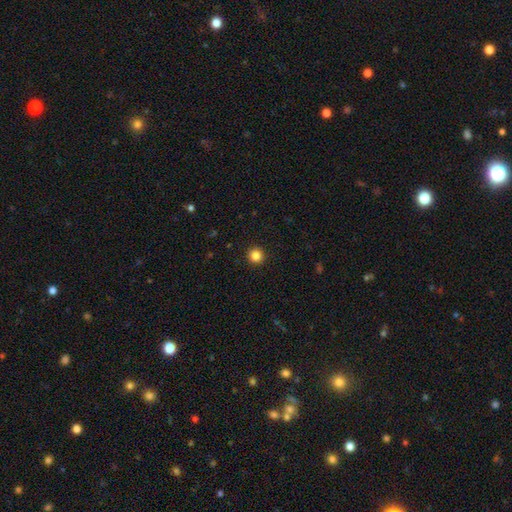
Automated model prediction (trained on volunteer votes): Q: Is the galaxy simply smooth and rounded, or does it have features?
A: smooth — 85%.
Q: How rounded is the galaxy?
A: round — 96%.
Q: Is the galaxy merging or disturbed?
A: none — 94%.